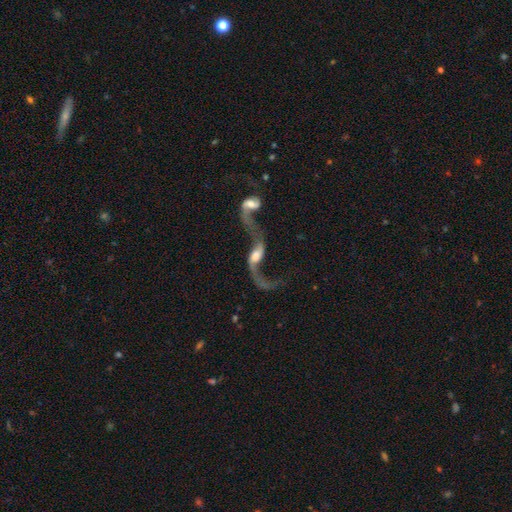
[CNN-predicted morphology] smooth_or_featured: featured or disk (p=0.81) [alt: smooth p=0.12]
disk_edge_on: no (p=0.91) [alt: yes p=0.09]
bar: no (p=0.44) [alt: weak p=0.37]
has_spiral_arms: yes (p=0.89) [alt: no p=0.11]
spiral_winding: loose (p=0.93) [alt: medium p=0.05]
spiral_arm_count: 2 (p=0.83) [alt: 1 p=0.12]
bulge_size: moderate (p=0.46) [alt: large p=0.24]
merging: merger (p=0.66) [alt: none p=0.15]